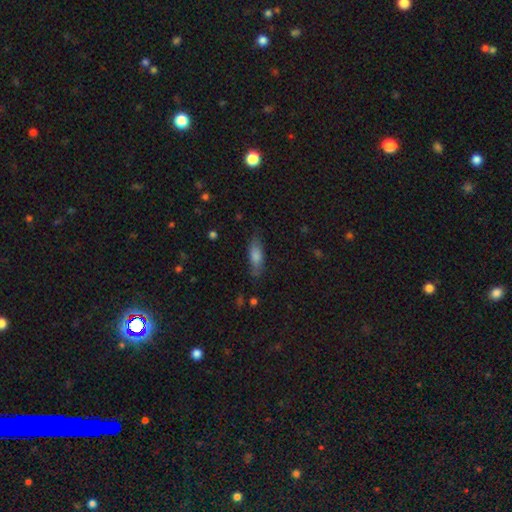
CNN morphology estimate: Smooth or featured?
  - smooth: 72% *
  - featured or disk: 19%
  - star or artifact: 9%
How rounded?
  - in between: 60% *
  - cigar-shaped: 37%
  - round: 3%
Merging?
  - none: 76% *
  - minor disturbance: 18%
  - major disturbance: 5%
  - merger: 2%